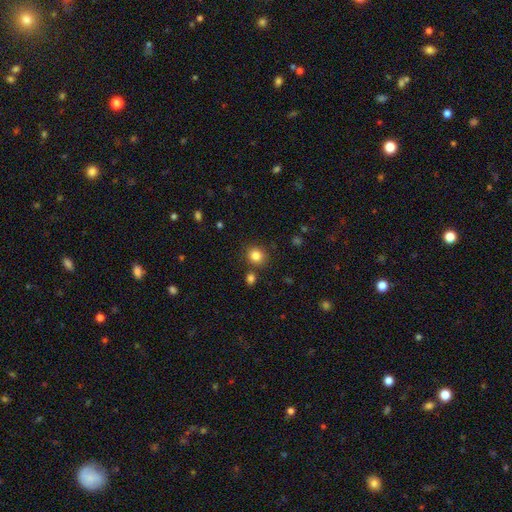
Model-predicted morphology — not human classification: This appears to be a smooth galaxy with no disk features (84%) that is round (80%). Merging: none (80%).